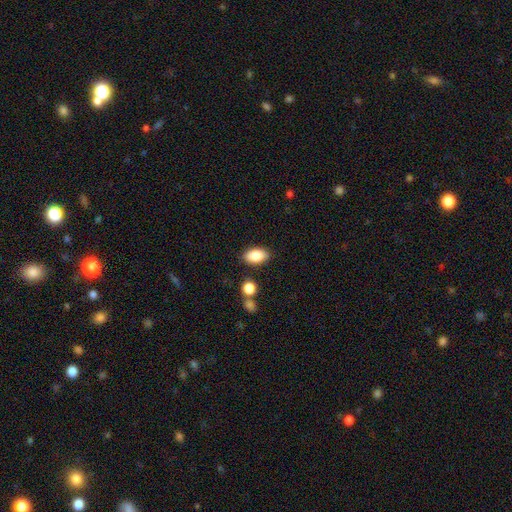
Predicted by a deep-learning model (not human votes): Smooth or featured? Predicted: smooth (p=0.85). How rounded? Predicted: in between (p=0.91). Merging? Predicted: none (p=0.85).